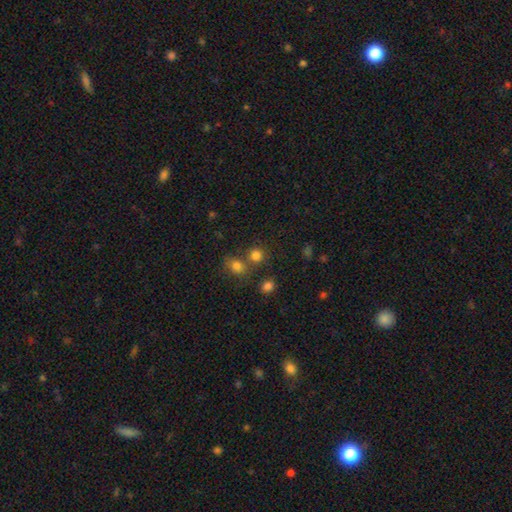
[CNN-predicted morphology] A smooth galaxy with no disk features (79%) that is round (84%).

Vote fractions:
- Smooth or featured? smooth: 79% / star or artifact: 15% / featured or disk: 6%
- How rounded? round: 84% / in between: 15% / cigar-shaped: 1%
- Merging? none: 63% / merger: 26% / minor disturbance: 8% / major disturbance: 4%